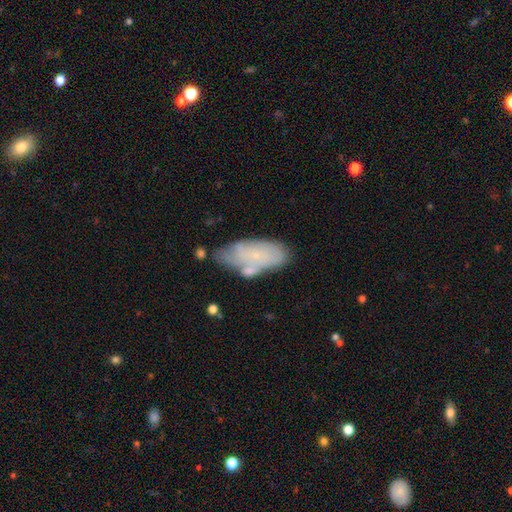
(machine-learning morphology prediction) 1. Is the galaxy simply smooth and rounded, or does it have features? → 53% smooth, 39% featured or disk, 9% star or artifact.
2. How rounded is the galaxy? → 87% in between, 10% cigar-shaped, 3% round.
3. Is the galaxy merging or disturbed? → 51% none, 27% minor disturbance, 13% merger, 9% major disturbance.